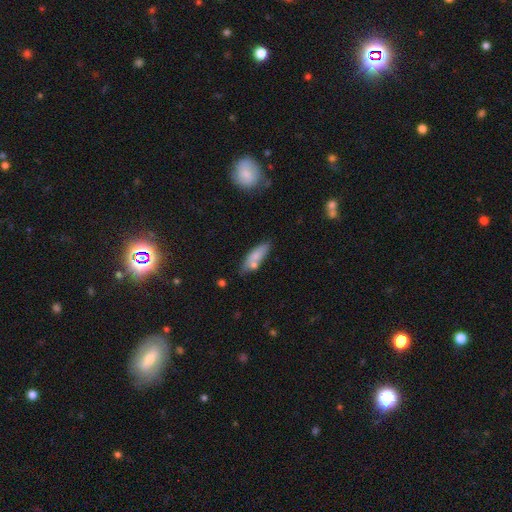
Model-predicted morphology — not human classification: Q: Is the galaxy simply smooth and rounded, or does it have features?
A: smooth — 75%.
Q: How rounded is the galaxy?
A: in between — 53%.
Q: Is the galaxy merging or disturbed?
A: none — 66%.